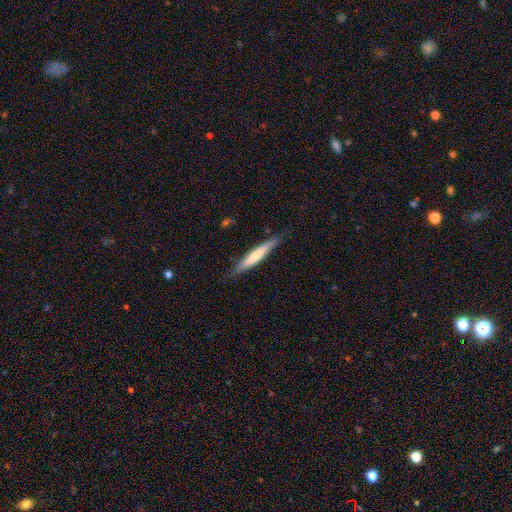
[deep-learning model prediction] A smooth galaxy with no disk features (66%) that is cigar-shaped (93%).

Vote fractions:
- Smooth or featured? smooth: 66% / featured or disk: 29% / star or artifact: 5%
- How rounded? cigar-shaped: 93% / in between: 6% / round: 1%
- Merging? none: 85% / minor disturbance: 12% / major disturbance: 2% / merger: 1%